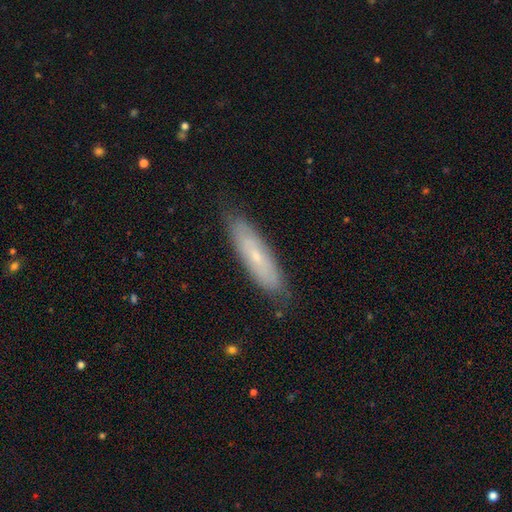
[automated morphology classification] smooth 48%, featured or disk 46%, star or artifact 7%. Down the decision tree: merging — none (82%).